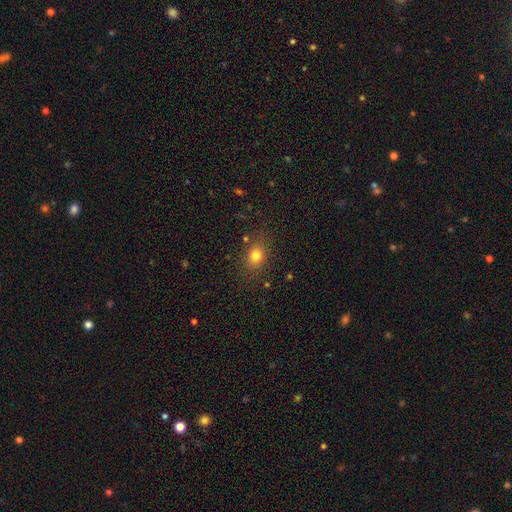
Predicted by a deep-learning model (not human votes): This is likely a smooth galaxy (78%). How rounded: possibly round (53%). Merging: clearly none (81%).